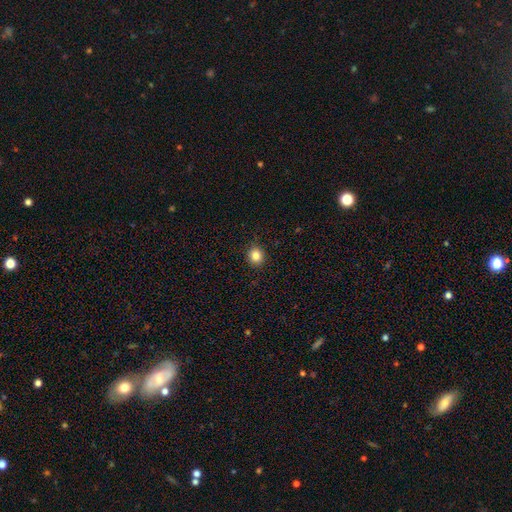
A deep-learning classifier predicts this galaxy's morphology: The model was most divided on "how rounded": round: 82%, in between: 17%, cigar-shaped: 1%. More confident: merging — none (90%); smooth or featured — smooth (84%).